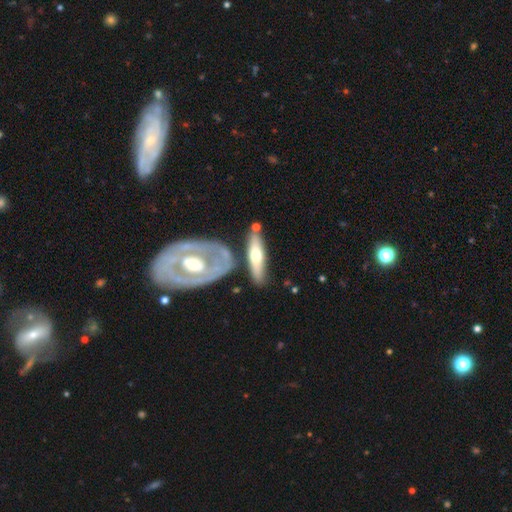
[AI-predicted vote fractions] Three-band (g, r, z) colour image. It shows a smooth galaxy with no disk features (48%). Merging: none (64%).